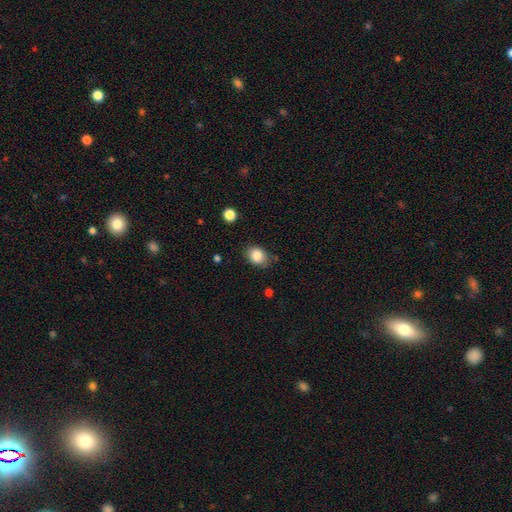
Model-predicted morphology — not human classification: This appears to be a smooth galaxy with no disk features (85%) that is in between round and cigar-shaped (61%). Merging: none (77%).